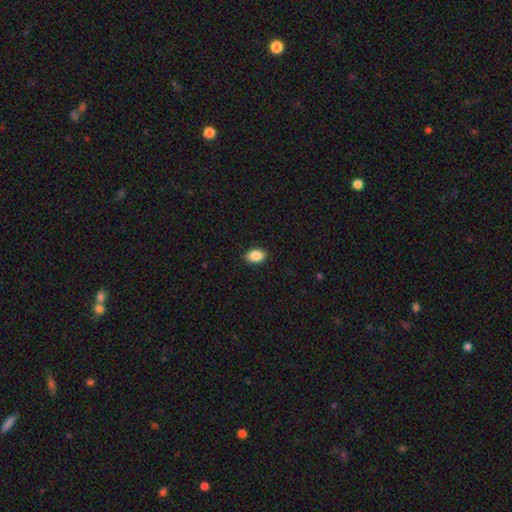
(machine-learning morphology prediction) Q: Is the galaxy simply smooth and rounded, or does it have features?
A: smooth — 87%.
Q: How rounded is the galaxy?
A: in between — 86%.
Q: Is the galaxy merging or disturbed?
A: none — 90%.